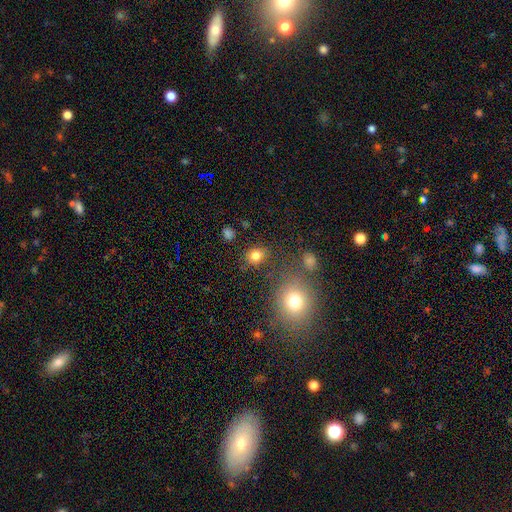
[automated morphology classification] A smooth galaxy with no disk features (81%) that is round (67%). Merging: none (81%).